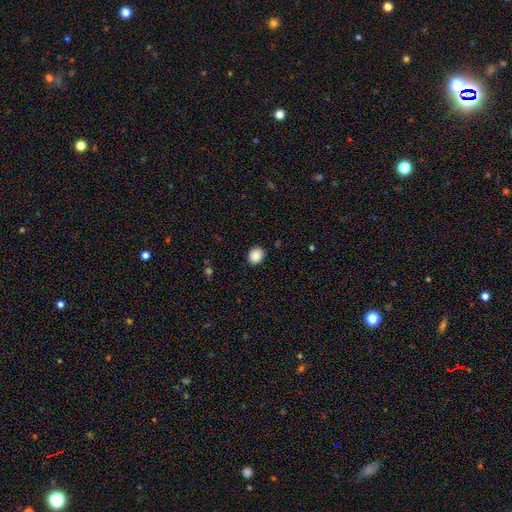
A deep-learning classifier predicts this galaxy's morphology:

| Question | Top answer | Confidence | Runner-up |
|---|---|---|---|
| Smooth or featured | smooth | 88% | star or artifact (9%) |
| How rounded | round | 68% | in between (31%) |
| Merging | none | 90% | minor disturbance (7%) |